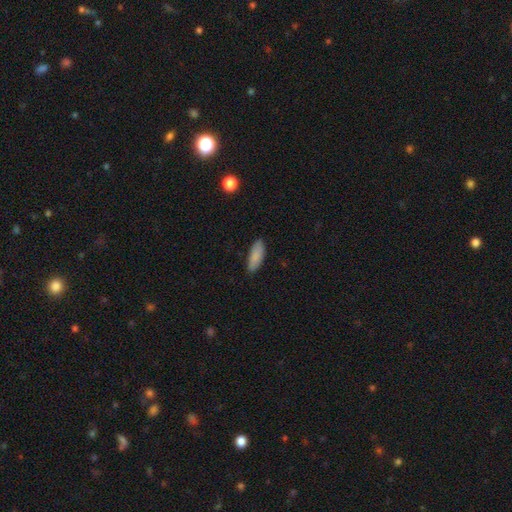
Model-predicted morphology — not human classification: Smooth or featured? smooth (86%)
How rounded? in between (75%)
Merging? none (87%)